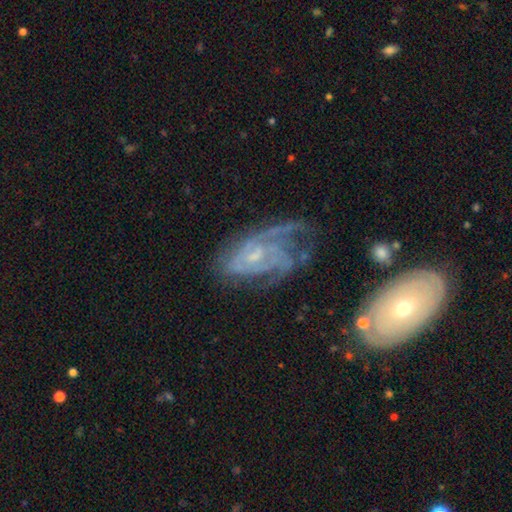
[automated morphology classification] Smooth or featured? Predicted: featured or disk (p=0.82). Edge-on disk? Predicted: no (p=0.96). Bar? Predicted: no (p=0.54). Spiral arms? Predicted: yes (p=0.92). Spiral winding? Predicted: tight (p=0.50). Spiral arm count? Predicted: can't tell (p=0.35). Bulge size? Predicted: small (p=0.64). Merging? Predicted: none (p=0.43).